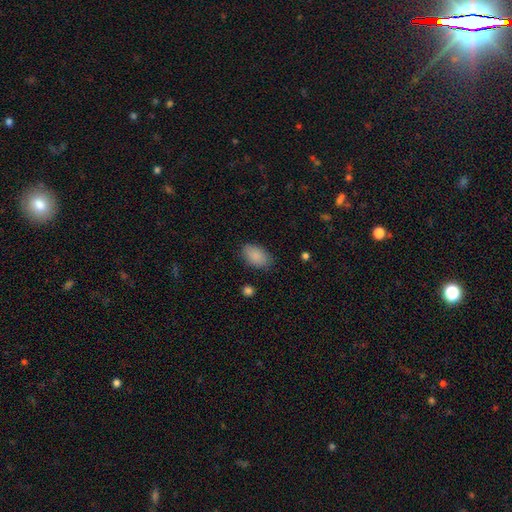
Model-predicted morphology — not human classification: Smooth or featured? smooth (88%)
How rounded? in between (92%)
Merging? none (84%)